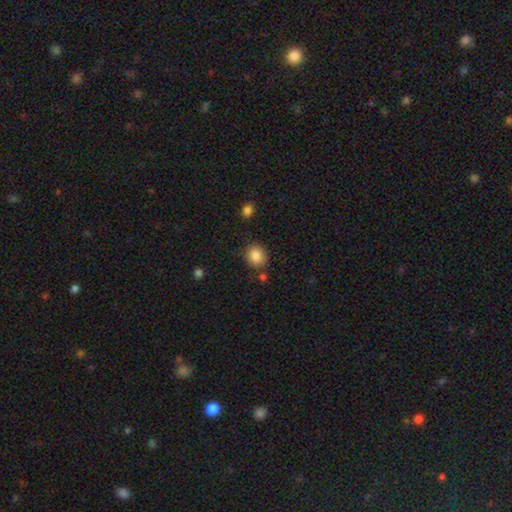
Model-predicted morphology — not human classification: Q: Smooth or featured?
A: smooth (86%); runner-up: star or artifact (9%)
Q: How rounded?
A: round (74%); runner-up: in between (25%)
Q: Merging?
A: none (81%); runner-up: minor disturbance (11%)